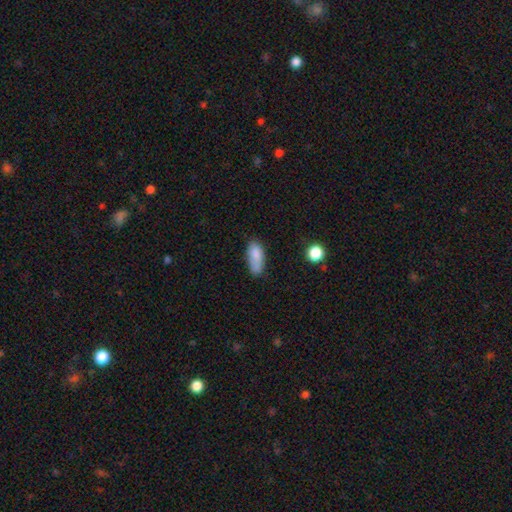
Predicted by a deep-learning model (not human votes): A smooth galaxy with no disk features (82%) that is in between round and cigar-shaped (82%).

Vote fractions:
- Smooth or featured? smooth: 82% / featured or disk: 10% / star or artifact: 8%
- How rounded? in between: 82% / cigar-shaped: 15% / round: 3%
- Merging? none: 52% / minor disturbance: 31% / major disturbance: 9% / merger: 8%